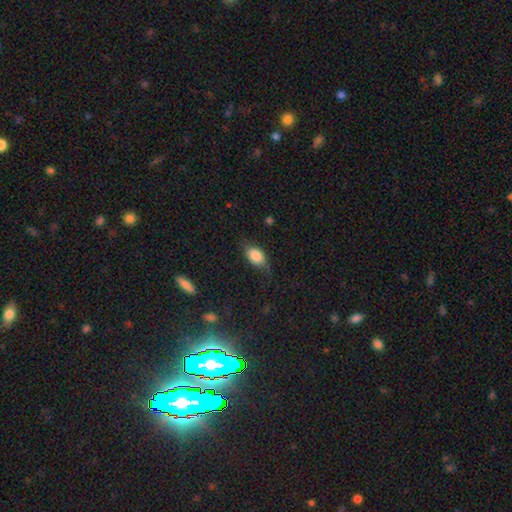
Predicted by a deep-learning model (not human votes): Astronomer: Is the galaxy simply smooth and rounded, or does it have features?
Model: smooth — 81%.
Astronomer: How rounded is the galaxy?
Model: in between — 86%.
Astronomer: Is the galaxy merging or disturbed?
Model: none — 63%.